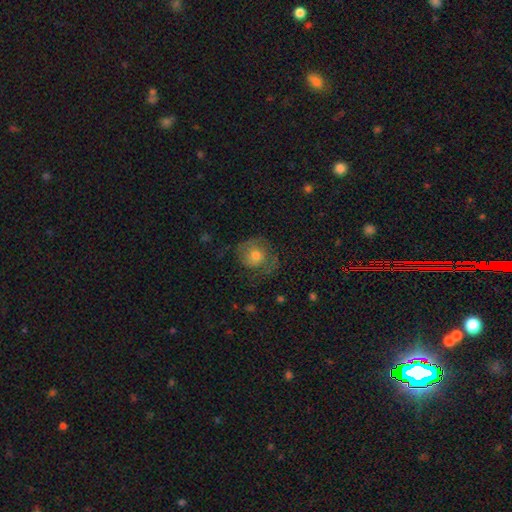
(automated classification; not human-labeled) A smooth galaxy with no disk features (54%) that is round (80%).

Vote fractions:
- Smooth or featured? smooth: 54% / featured or disk: 36% / star or artifact: 10%
- How rounded? round: 80% / in between: 19% / cigar-shaped: 1%
- Merging? none: 59% / minor disturbance: 22% / major disturbance: 17% / merger: 1%